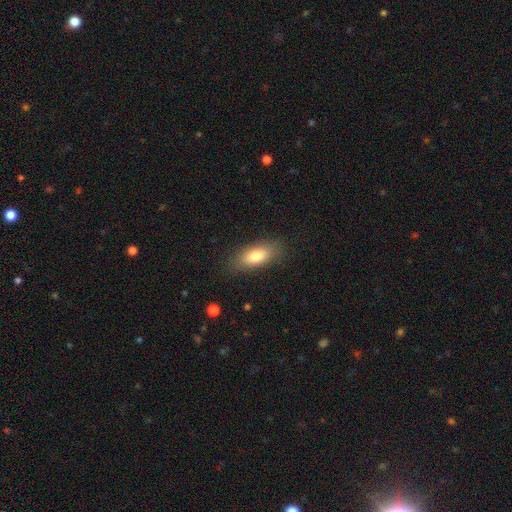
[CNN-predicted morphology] A smooth galaxy with no disk features (78%) that is in between round and cigar-shaped (80%).

Vote fractions:
- Smooth or featured? smooth: 78% / featured or disk: 15% / star or artifact: 7%
- How rounded? in between: 80% / cigar-shaped: 17% / round: 3%
- Merging? none: 84% / minor disturbance: 12% / major disturbance: 4% / merger: 1%